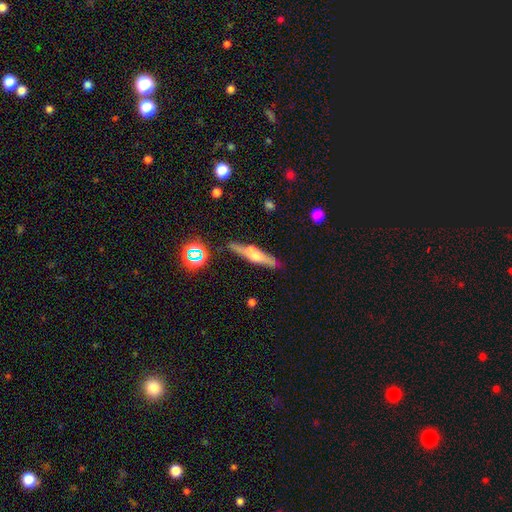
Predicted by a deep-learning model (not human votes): smooth-or-featured: featured or disk: 50% | smooth: 41% | star or artifact: 9%
  merging: none: 67% | minor disturbance: 15% | merger: 14% | major disturbance: 4%